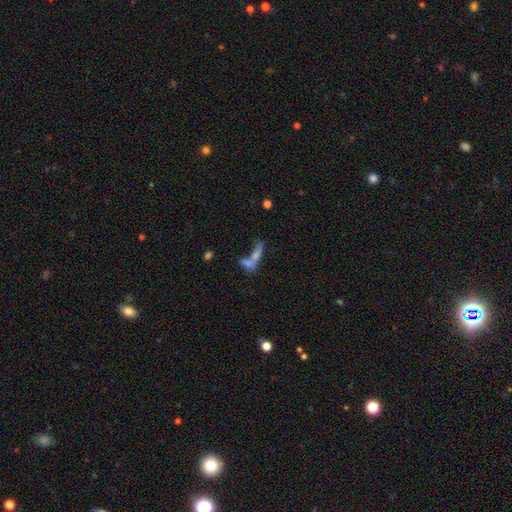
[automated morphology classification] Smooth or featured? Predicted: smooth (p=0.63). How rounded? Predicted: in between (p=0.47). Merging? Predicted: merger (p=0.59).